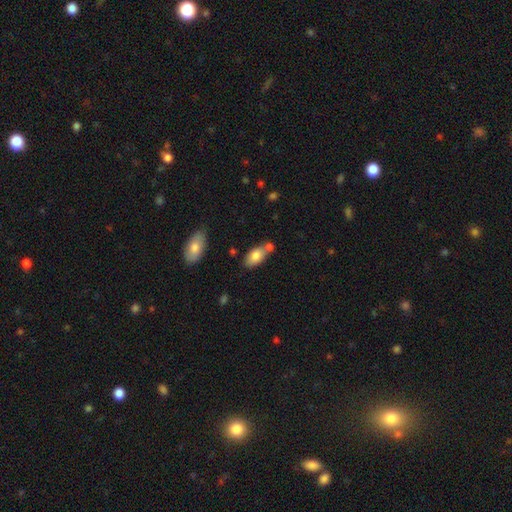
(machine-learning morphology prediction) Q: Smooth or featured?
A: smooth (80%); runner-up: featured or disk (13%)
Q: How rounded?
A: in between (90%); runner-up: cigar-shaped (5%)
Q: Merging?
A: none (51%); runner-up: merger (29%)